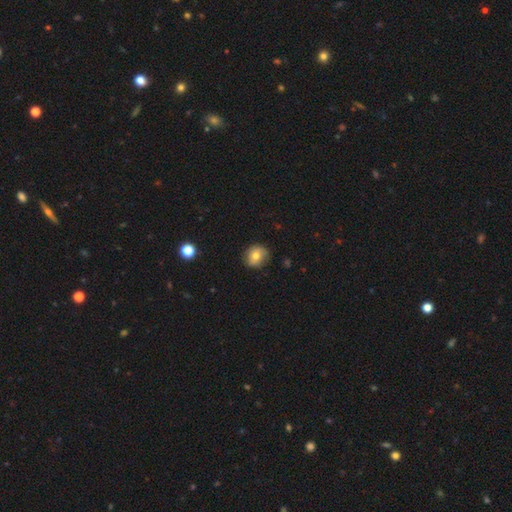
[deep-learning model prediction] The model was most divided on "smooth or featured": smooth: 71%, featured or disk: 20%, star or artifact: 9%. More confident: merging — none (78%); how rounded — round (77%).